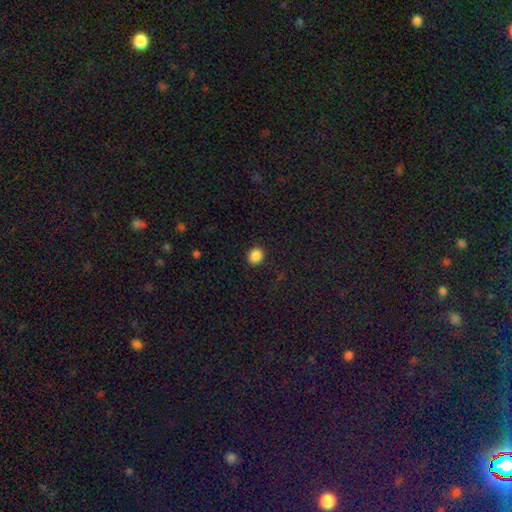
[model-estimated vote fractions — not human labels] Smooth or featured?
  - smooth: 87% *
  - star or artifact: 10%
  - featured or disk: 3%
How rounded?
  - round: 70% *
  - in between: 29%
  - cigar-shaped: 1%
Merging?
  - none: 90% *
  - minor disturbance: 7%
  - major disturbance: 2%
  - merger: 1%